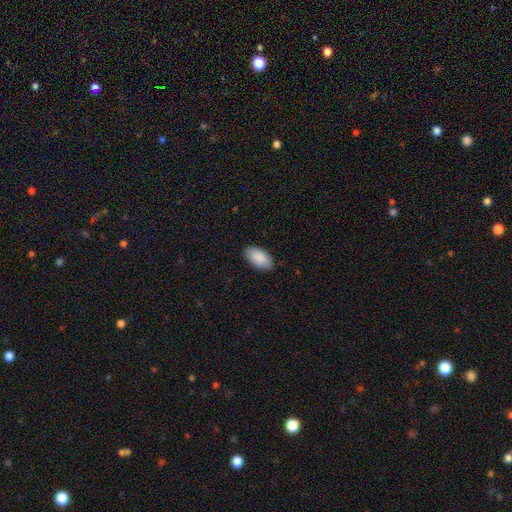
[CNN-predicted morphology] This is clearly a smooth galaxy (90%). How rounded: clearly in between (96%). Merging: clearly none (89%).